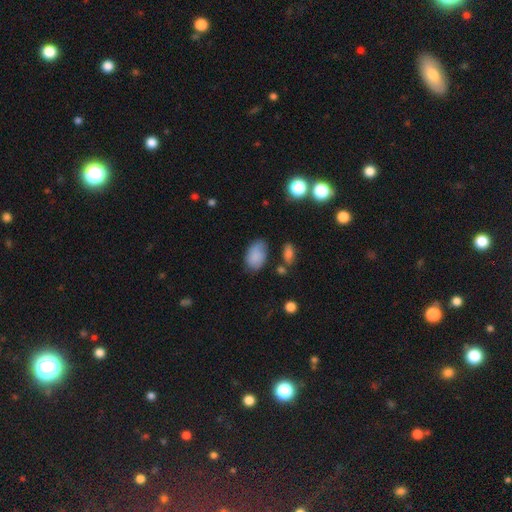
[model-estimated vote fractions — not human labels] smooth_or_featured: smooth (p=0.83) [alt: star or artifact p=0.09]
how_rounded: in between (p=0.89) [alt: round p=0.10]
merging: none (p=0.60) [alt: minor disturbance p=0.27]